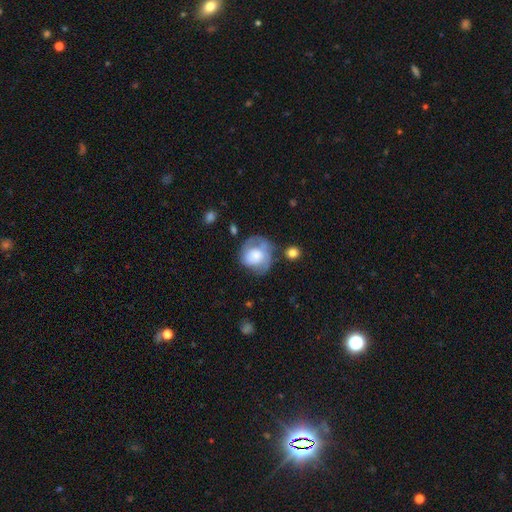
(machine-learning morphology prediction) This is possibly a smooth galaxy (50%). How rounded: likely round (76%). Merging: marginally none (44%).